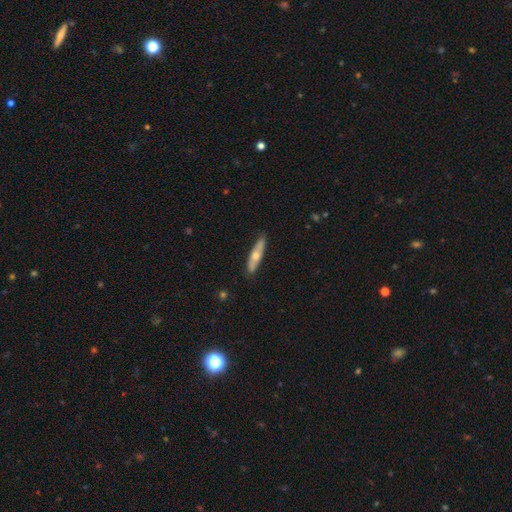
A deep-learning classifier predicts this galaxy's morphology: smooth_or_featured: smooth (p=0.48) [alt: featured or disk p=0.46]
merging: none (p=0.85) [alt: minor disturbance p=0.12]